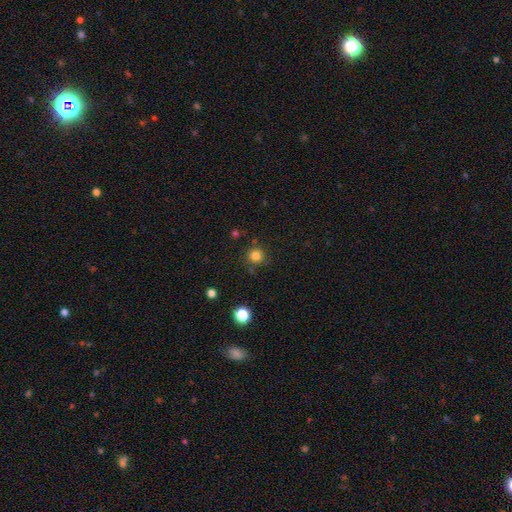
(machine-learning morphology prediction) Smooth or featured? Predicted: smooth (p=0.82). How rounded? Predicted: round (p=0.94). Merging? Predicted: none (p=0.83).